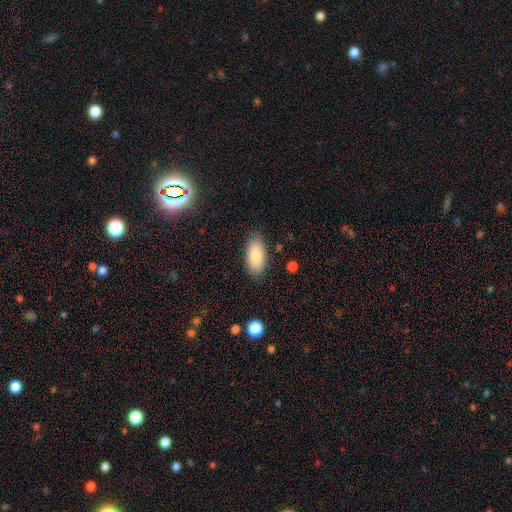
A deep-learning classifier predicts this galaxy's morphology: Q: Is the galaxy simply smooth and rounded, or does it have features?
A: smooth — 84%.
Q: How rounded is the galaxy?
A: in between — 93%.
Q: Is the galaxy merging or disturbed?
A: none — 82%.